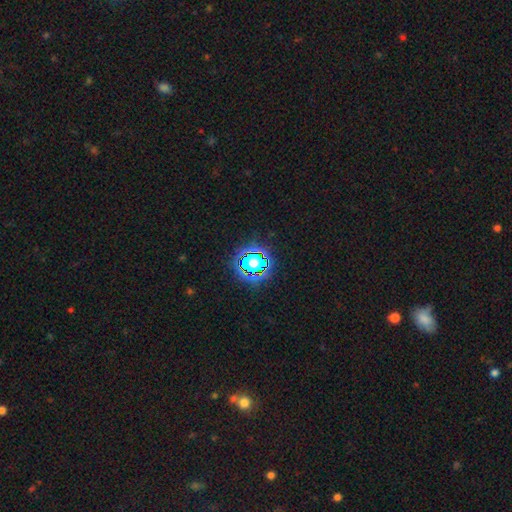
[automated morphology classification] Smooth or featured?
  - star or artifact: 78% *
  - smooth: 14%
  - featured or disk: 8%